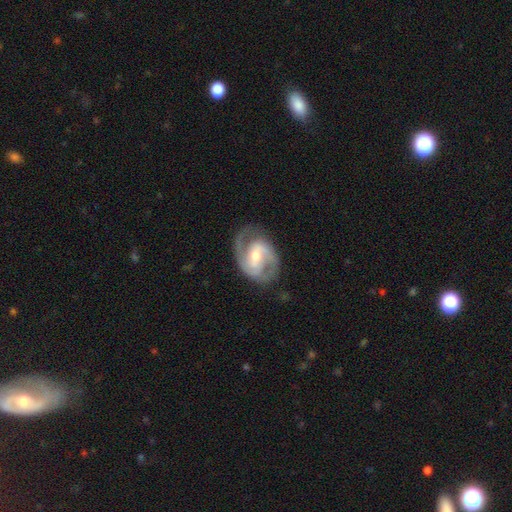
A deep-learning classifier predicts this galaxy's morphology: A featured or disk galaxy (87%) with a weak bar (49%), 2 (86%) medium (54%) spiral arms (96%) and a moderate central bulge (58%).

Vote fractions:
- Smooth or featured? featured or disk: 87% / smooth: 8% / star or artifact: 4%
- Edge-on disk? no: 97% / yes: 3%
- Bar? weak: 49% / strong: 30% / no: 22%
- Spiral arms? yes: 96% / no: 4%
- Spiral winding? medium: 54% / tight: 31% / loose: 15%
- Spiral arm count? 2: 86% / can't tell: 5% / 3: 4% / 1: 3% / 4: 1% / more than 4: 1%
- Bulge size? moderate: 58% / small: 36% / large: 4% / none: 1% / dominant: 1%
- Merging? none: 75% / minor disturbance: 16% / major disturbance: 7% / merger: 1%